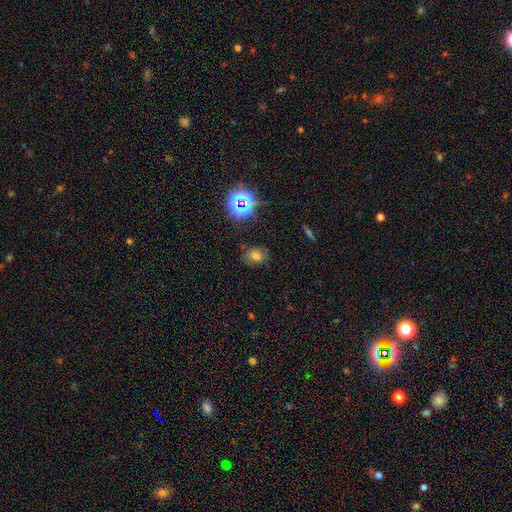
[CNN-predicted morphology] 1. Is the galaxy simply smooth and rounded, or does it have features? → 66% smooth, 24% star or artifact, 11% featured or disk.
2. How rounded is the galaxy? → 55% in between, 44% round, 1% cigar-shaped.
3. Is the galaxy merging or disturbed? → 77% none, 16% minor disturbance, 5% major disturbance, 2% merger.